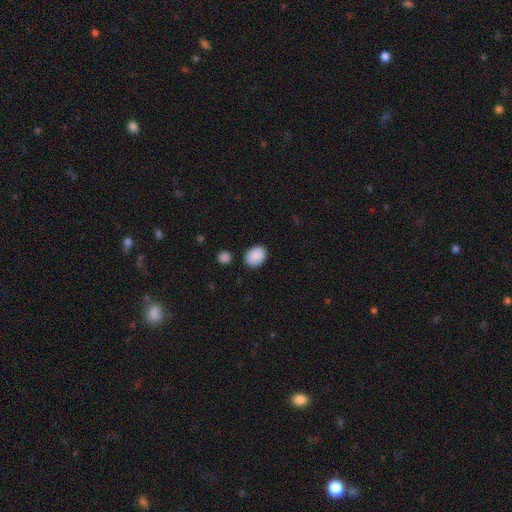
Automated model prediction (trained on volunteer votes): This appears to be a smooth galaxy with no disk features (90%) that is in between round and cigar-shaped (70%). Merging: none (83%).